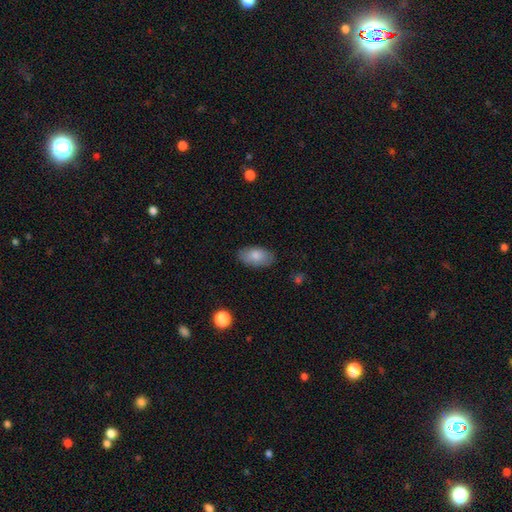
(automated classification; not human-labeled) The model was most divided on "smooth or featured": smooth: 82%, featured or disk: 12%, star or artifact: 6%. More confident: how rounded — in between (94%); merging — none (84%).